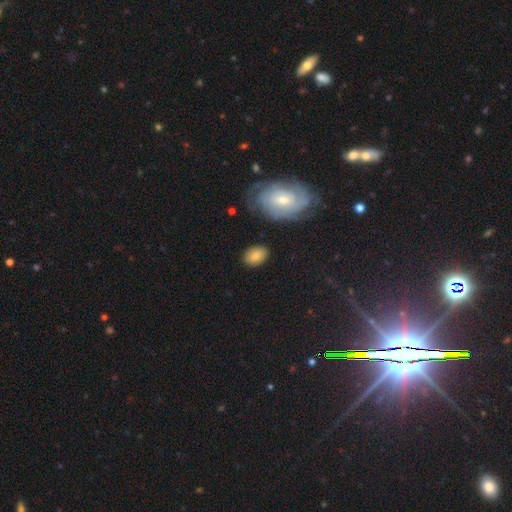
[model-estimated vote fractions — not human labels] Smooth or featured: smooth — 80% (featured or disk — 12%)
How rounded: in between — 80% (round — 18%)
Merging: none — 83% (minor disturbance — 11%)